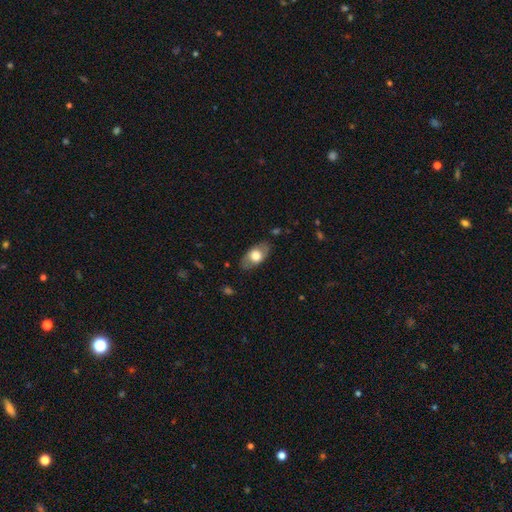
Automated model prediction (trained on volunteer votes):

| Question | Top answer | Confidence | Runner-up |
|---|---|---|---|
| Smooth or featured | smooth | 62% | featured or disk (32%) |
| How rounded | in between | 90% | round (7%) |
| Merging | none | 80% | minor disturbance (15%) |